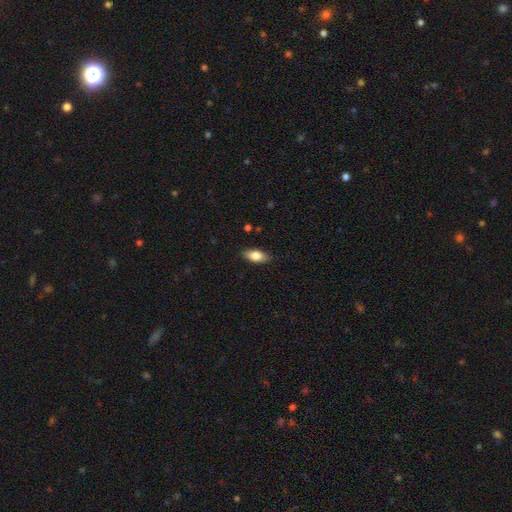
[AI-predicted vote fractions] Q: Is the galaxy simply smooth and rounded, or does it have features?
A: smooth — 76%.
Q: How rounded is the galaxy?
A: in between — 84%.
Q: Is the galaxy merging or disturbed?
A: none — 87%.